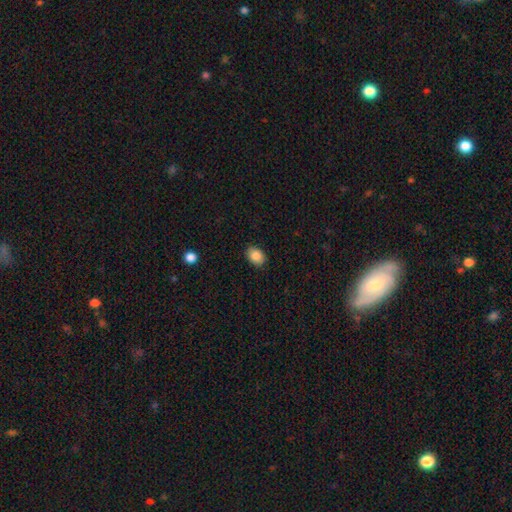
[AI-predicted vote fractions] Smooth or featured? Predicted: smooth (p=0.87). How rounded? Predicted: in between (p=0.76). Merging? Predicted: none (p=0.87).